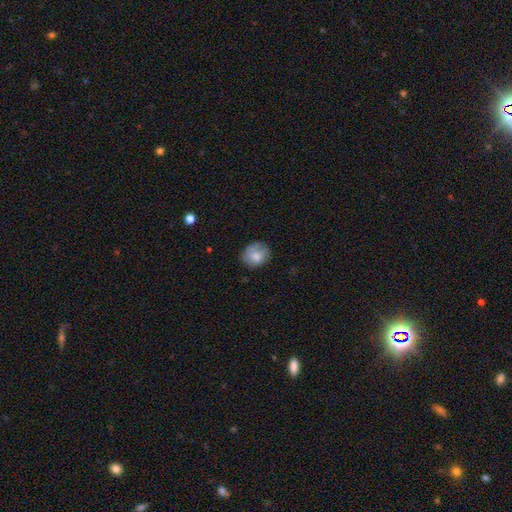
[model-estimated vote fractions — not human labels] Smooth or featured? Predicted: smooth (p=0.75). How rounded? Predicted: round (p=0.65). Merging? Predicted: none (p=0.65).